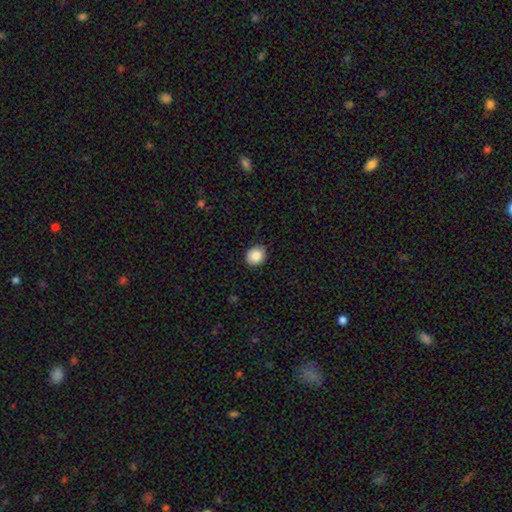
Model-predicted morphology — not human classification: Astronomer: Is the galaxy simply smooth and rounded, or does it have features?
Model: smooth — 88%.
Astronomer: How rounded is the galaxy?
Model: round — 70%.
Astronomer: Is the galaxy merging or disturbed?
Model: none — 88%.